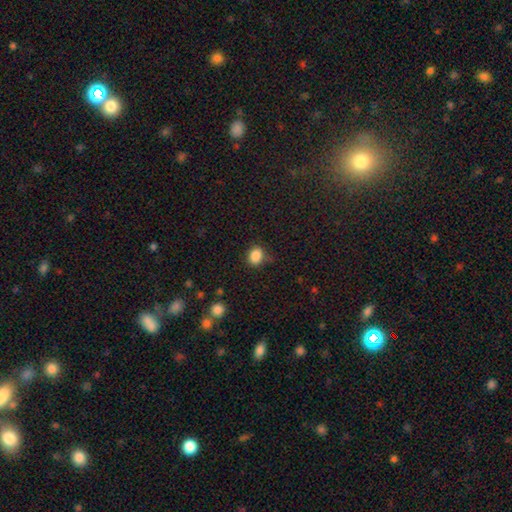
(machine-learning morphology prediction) Q: Smooth or featured?
A: smooth (86%); runner-up: star or artifact (10%)
Q: How rounded?
A: in between (50%); runner-up: round (49%)
Q: Merging?
A: none (73%); runner-up: minor disturbance (19%)